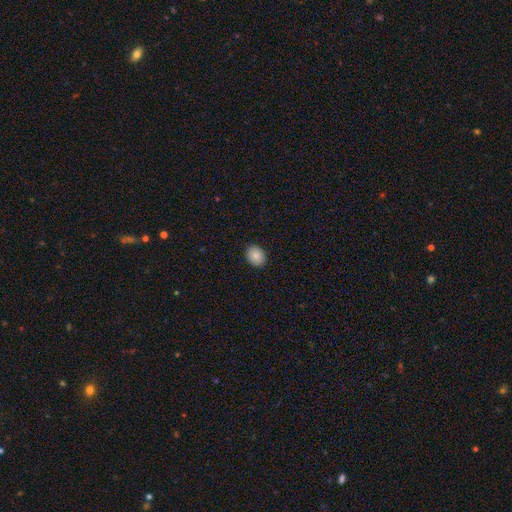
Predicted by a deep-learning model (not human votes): smooth_or_featured: smooth (p=0.86) [alt: star or artifact p=0.08]
how_rounded: round (p=0.50) [alt: in between p=0.49]
merging: none (p=0.90) [alt: minor disturbance p=0.07]